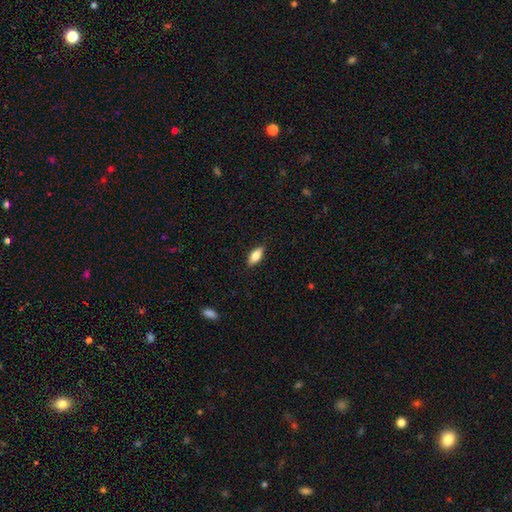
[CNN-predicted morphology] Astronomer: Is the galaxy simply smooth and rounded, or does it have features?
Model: smooth — 77%.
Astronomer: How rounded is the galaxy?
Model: in between — 81%.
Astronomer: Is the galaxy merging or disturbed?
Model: none — 86%.